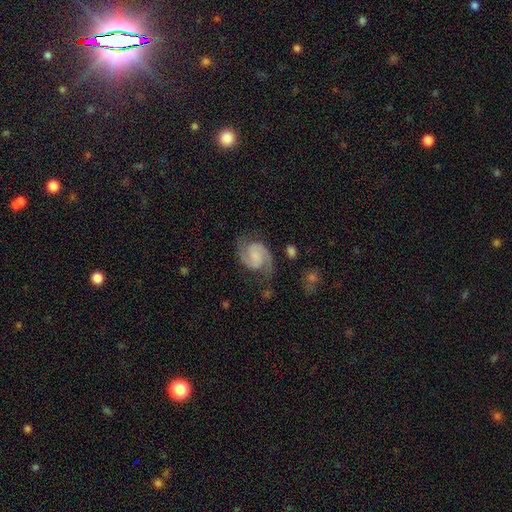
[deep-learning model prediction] smooth-or-featured: featured or disk: 87% | smooth: 8% | star or artifact: 6%
  disk-edge-on: no: 98% | yes: 2%
    bar: no: 52% | weak: 38% | strong: 10%
    has-spiral-arms: yes: 98% | no: 2%
      spiral-winding: medium: 57% | tight: 24% | loose: 19%
      spiral-arm-count: 2: 93% | can't tell: 2% | 1: 1% | 3: 1% | 4: 1% | more than 4: 1%
    bulge-size: none: 42% | small: 32% | moderate: 19% | large: 6% | dominant: 2%
  merging: none: 72% | minor disturbance: 17% | major disturbance: 8% | merger: 2%